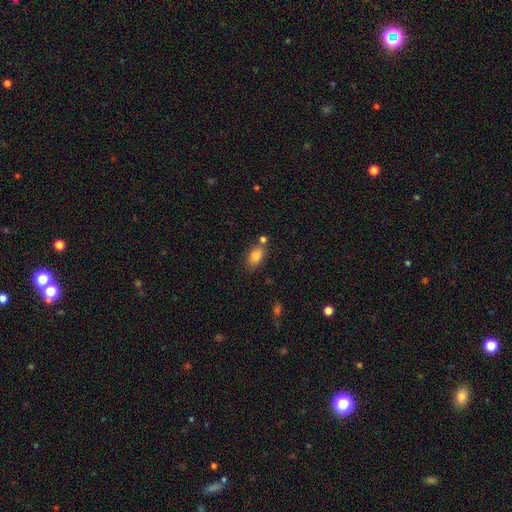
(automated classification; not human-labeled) Overall: smooth (83%). How rounded: in between (87%). Merging: none (69%).